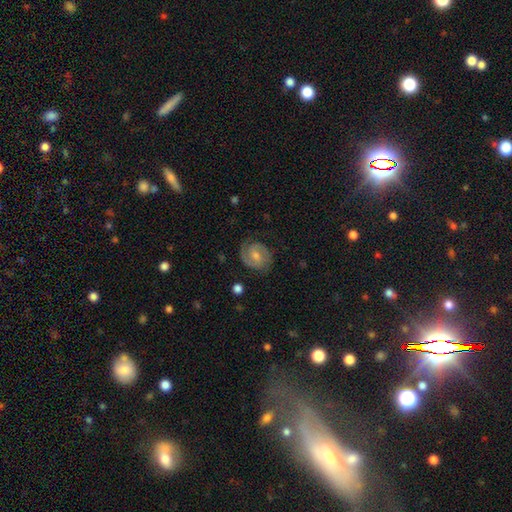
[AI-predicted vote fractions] smooth_or_featured: featured or disk (p=0.74) [alt: smooth p=0.20]
disk_edge_on: no (p=0.98) [alt: yes p=0.02]
bar: weak (p=0.46) [alt: no p=0.43]
has_spiral_arms: yes (p=0.93) [alt: no p=0.07]
spiral_winding: tight (p=0.48) [alt: medium p=0.40]
spiral_arm_count: 2 (p=0.78) [alt: can't tell p=0.09]
bulge_size: moderate (p=0.59) [alt: small p=0.35]
merging: none (p=0.75) [alt: minor disturbance p=0.17]